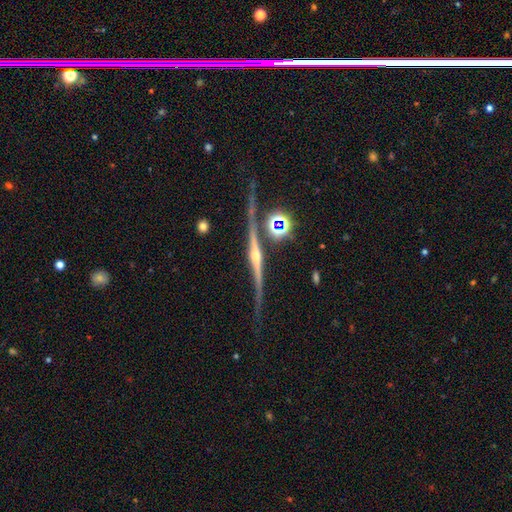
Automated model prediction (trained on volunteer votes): Smooth or featured? featured or disk (88%)
Edge-on disk? yes (95%)
Edge-on bulge? rounded (89%)
Merging? none (75%)